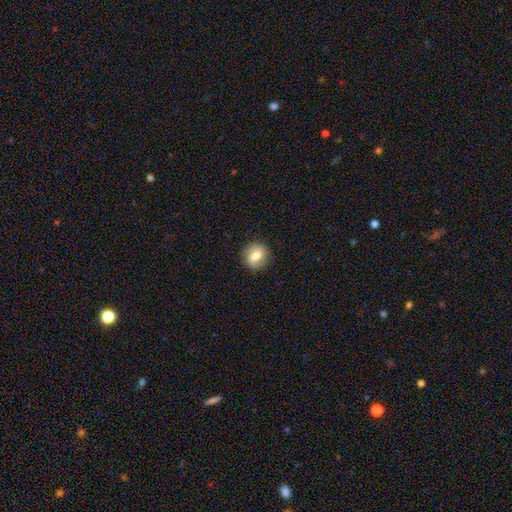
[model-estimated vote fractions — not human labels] Q: Smooth or featured?
A: smooth (61%); runner-up: featured or disk (30%)
Q: How rounded?
A: round (78%); runner-up: in between (21%)
Q: Merging?
A: none (86%); runner-up: minor disturbance (10%)